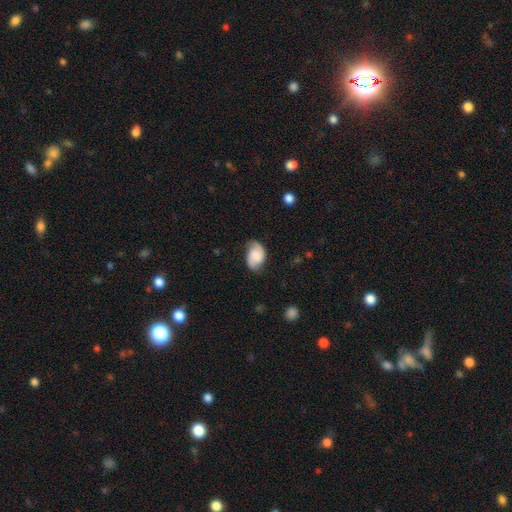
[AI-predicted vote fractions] This appears to be a featured or disk galaxy (52%) with no bar (49%), spiral arms (91%) and no central bulge (28%). Merging: none (65%).